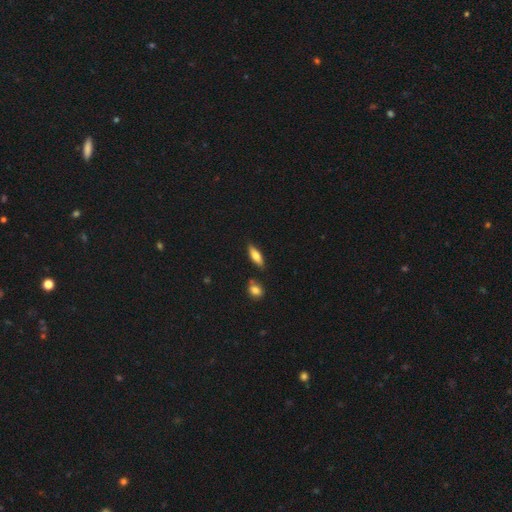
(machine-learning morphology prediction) This appears to be a smooth galaxy with no disk features (73%) that is in between round and cigar-shaped (56%). Merging: none (80%).